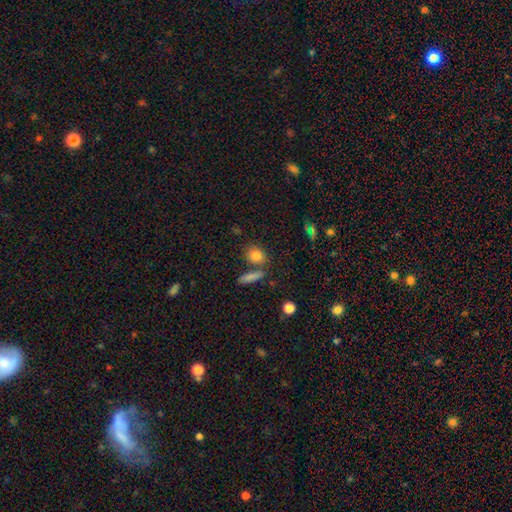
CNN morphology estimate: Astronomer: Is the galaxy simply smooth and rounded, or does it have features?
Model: smooth — 82%.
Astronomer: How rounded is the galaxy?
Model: round — 48% (runner-up: in between, 47%).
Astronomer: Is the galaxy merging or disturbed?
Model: none — 70%.